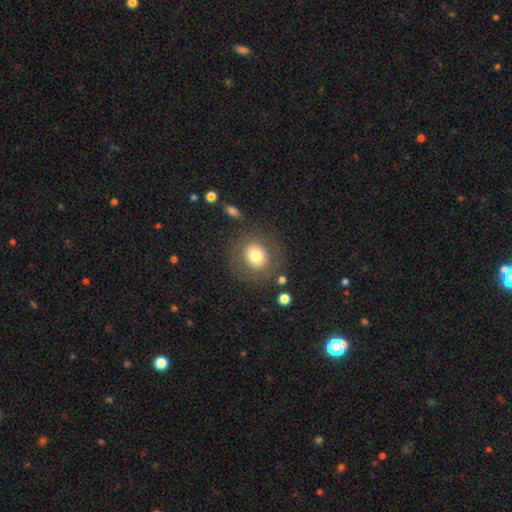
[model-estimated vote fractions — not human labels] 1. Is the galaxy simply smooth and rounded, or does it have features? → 73% smooth, 17% featured or disk, 10% star or artifact.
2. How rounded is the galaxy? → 83% round, 16% in between, 1% cigar-shaped.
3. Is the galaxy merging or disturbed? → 79% none, 11% minor disturbance, 7% major disturbance, 3% merger.